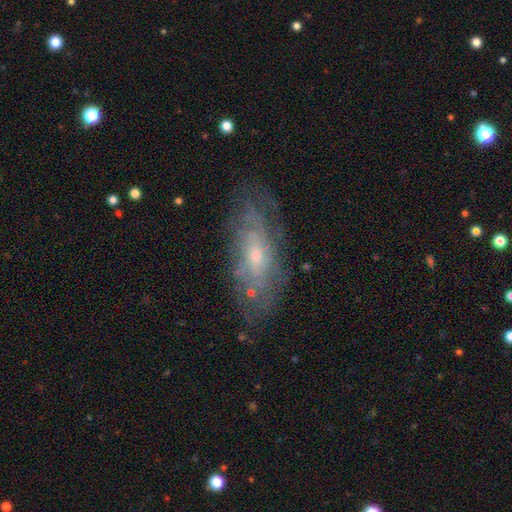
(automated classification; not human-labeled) smooth_or_featured: featured or disk (p=0.68) [alt: smooth p=0.23]
disk_edge_on: no (p=0.83) [alt: yes p=0.17]
bar: no (p=0.74) [alt: weak p=0.22]
has_spiral_arms: yes (p=0.71) [alt: no p=0.29]
bulge_size: small (p=0.56) [alt: moderate p=0.38]
merging: none (p=0.74) [alt: minor disturbance p=0.18]